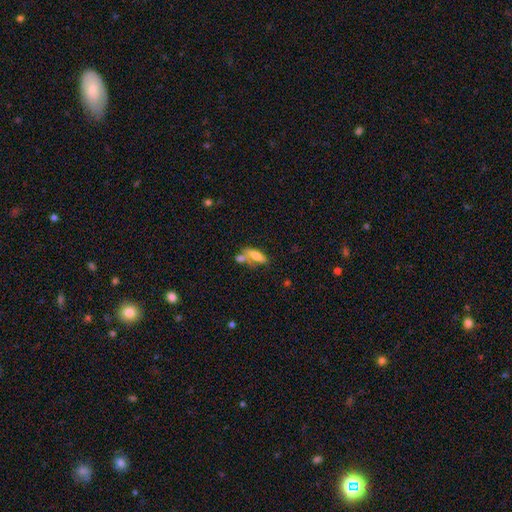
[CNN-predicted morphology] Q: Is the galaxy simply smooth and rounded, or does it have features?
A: smooth — 68%.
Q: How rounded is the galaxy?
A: in between — 67%.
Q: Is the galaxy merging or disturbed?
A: merger — 40%.